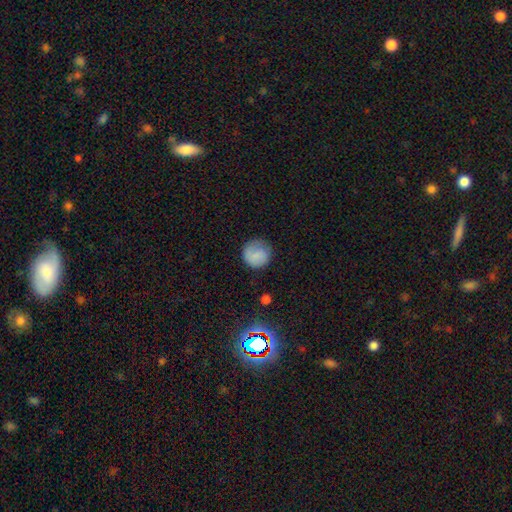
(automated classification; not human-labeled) Q: Smooth or featured?
A: smooth (81%); runner-up: featured or disk (11%)
Q: How rounded?
A: round (92%); runner-up: in between (8%)
Q: Merging?
A: none (75%); runner-up: minor disturbance (17%)